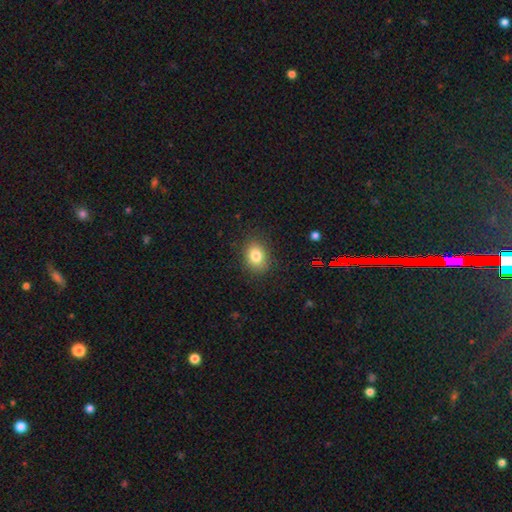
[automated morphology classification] Smooth or featured: smooth — 81% (star or artifact — 10%)
How rounded: in between — 59% (round — 40%)
Merging: none — 85% (minor disturbance — 11%)